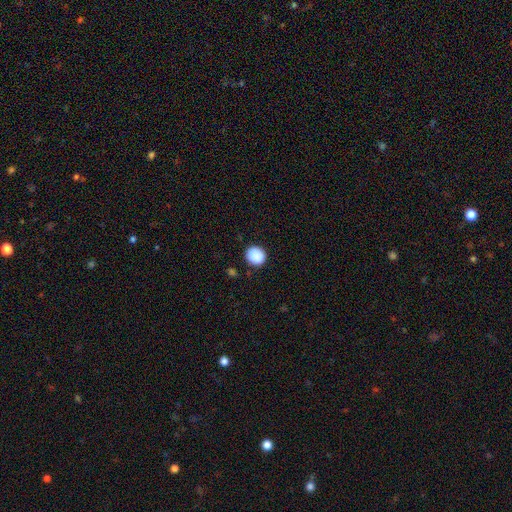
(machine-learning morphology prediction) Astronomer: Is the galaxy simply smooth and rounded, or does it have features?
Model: smooth — 90%.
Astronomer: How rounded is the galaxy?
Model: round — 83%.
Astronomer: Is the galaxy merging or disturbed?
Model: none — 89%.